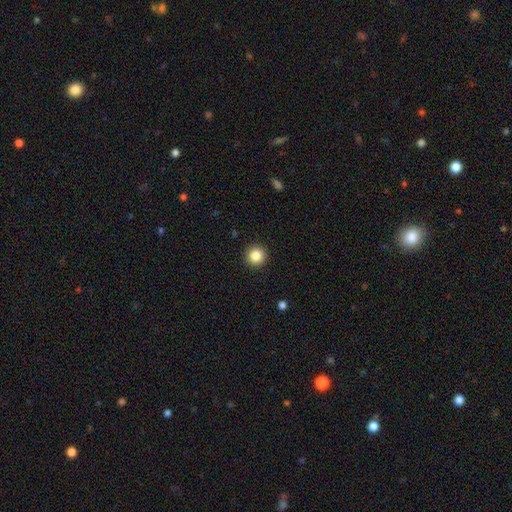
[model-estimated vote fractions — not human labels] Smooth or featured: smooth — 86% (star or artifact — 10%)
How rounded: round — 95% (in between — 4%)
Merging: none — 93% (minor disturbance — 5%)